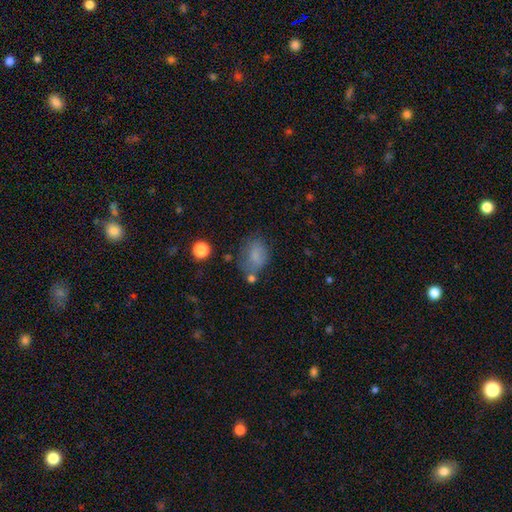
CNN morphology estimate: A smooth galaxy with no disk features (76%) that is in between round and cigar-shaped (74%).

Vote fractions:
- Smooth or featured? smooth: 76% / featured or disk: 13% / star or artifact: 11%
- How rounded? in between: 74% / round: 24% / cigar-shaped: 1%
- Merging? none: 54% / minor disturbance: 26% / major disturbance: 12% / merger: 9%